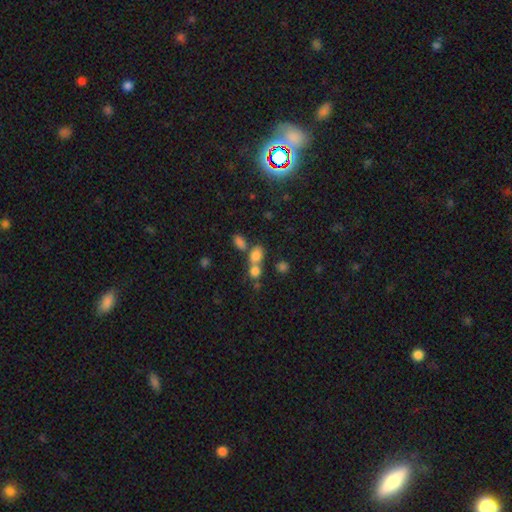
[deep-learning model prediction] The model was most divided on "how rounded": in between: 57%, round: 41%, cigar-shaped: 3%. More confident: smooth or featured — smooth (74%); merging — merger (52%).